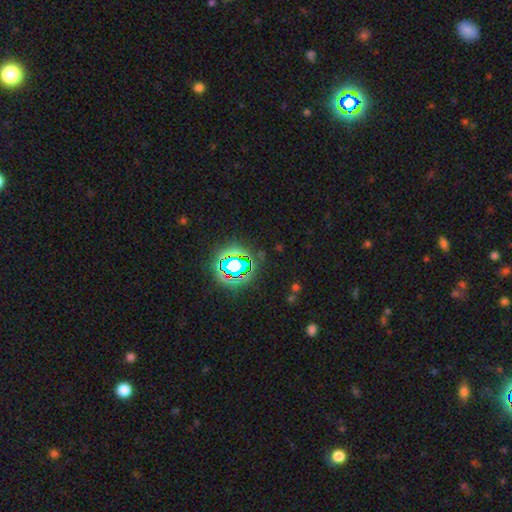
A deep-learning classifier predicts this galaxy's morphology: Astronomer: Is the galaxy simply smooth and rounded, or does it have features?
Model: star or artifact — 79%.